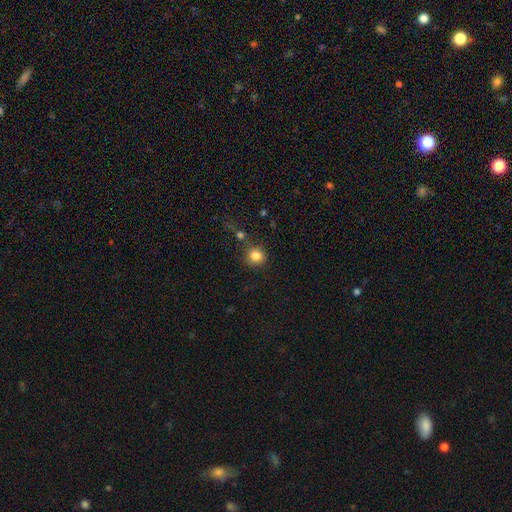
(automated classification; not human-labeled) Q: Smooth or featured?
A: smooth (83%); runner-up: star or artifact (11%)
Q: How rounded?
A: round (91%); runner-up: in between (8%)
Q: Merging?
A: none (78%); runner-up: minor disturbance (10%)